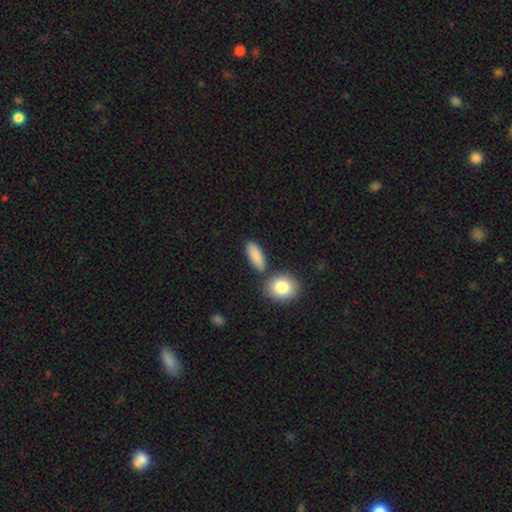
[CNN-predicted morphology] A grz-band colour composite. It shows a smooth galaxy with no disk features (87%) that is in between round and cigar-shaped (74%). Merging: none (75%).